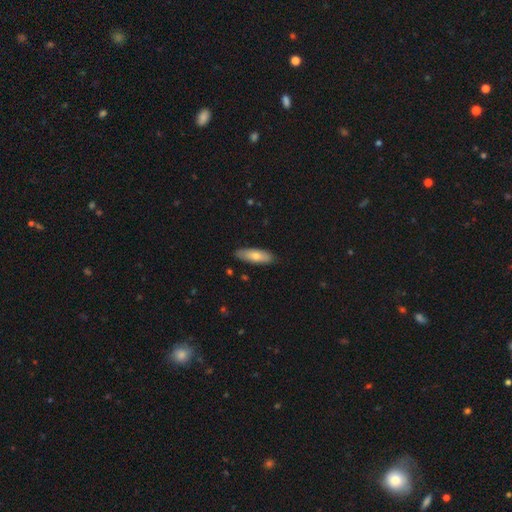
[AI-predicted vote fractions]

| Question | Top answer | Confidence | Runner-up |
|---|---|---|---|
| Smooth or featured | smooth | 69% | featured or disk (25%) |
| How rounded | in between | 59% | cigar-shaped (39%) |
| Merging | none | 86% | minor disturbance (11%) |